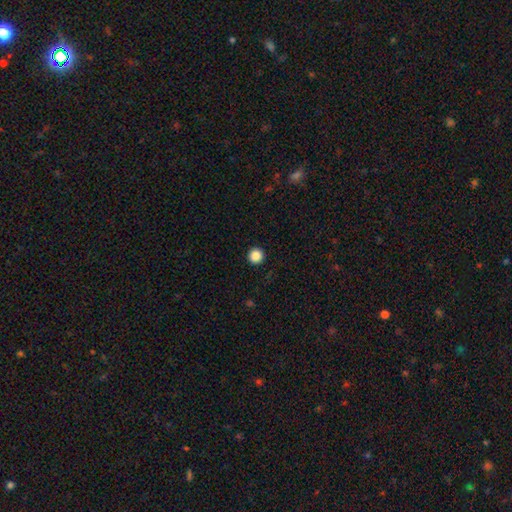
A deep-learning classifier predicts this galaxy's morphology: Smooth or featured? smooth (87%)
How rounded? round (96%)
Merging? none (94%)